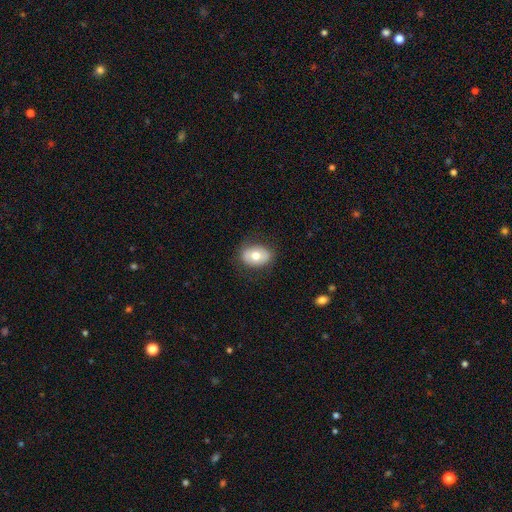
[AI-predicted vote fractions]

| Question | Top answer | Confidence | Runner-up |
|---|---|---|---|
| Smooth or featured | smooth | 67% | featured or disk (25%) |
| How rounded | in between | 77% | round (22%) |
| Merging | none | 83% | minor disturbance (12%) |